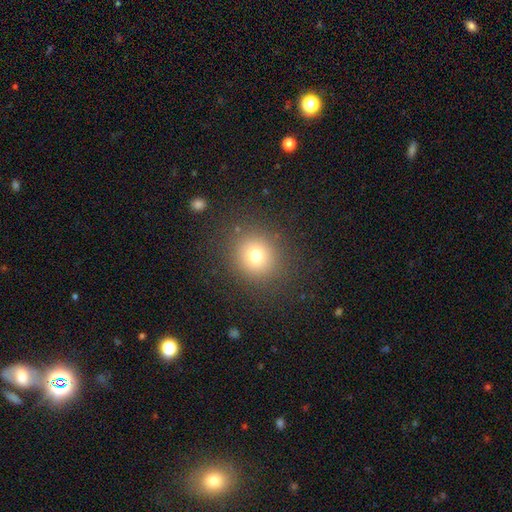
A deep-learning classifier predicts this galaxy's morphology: This appears to be a smooth galaxy with no disk features (75%) that is round (88%). Merging: none (87%).